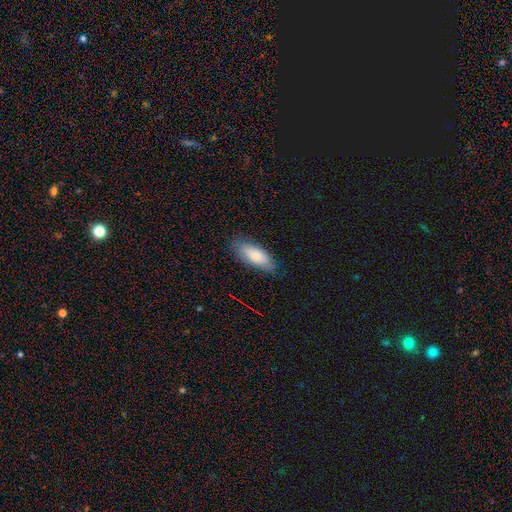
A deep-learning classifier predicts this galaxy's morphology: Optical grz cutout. It shows a smooth galaxy with no disk features (81%) that is in between round and cigar-shaped (80%). Merging: none (80%).